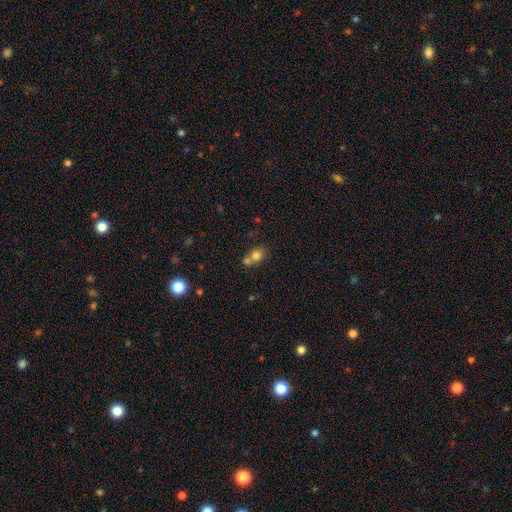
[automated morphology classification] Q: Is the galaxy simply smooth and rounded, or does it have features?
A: smooth — 75%.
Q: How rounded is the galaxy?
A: round — 60%.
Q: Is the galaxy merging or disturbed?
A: merger — 52%.